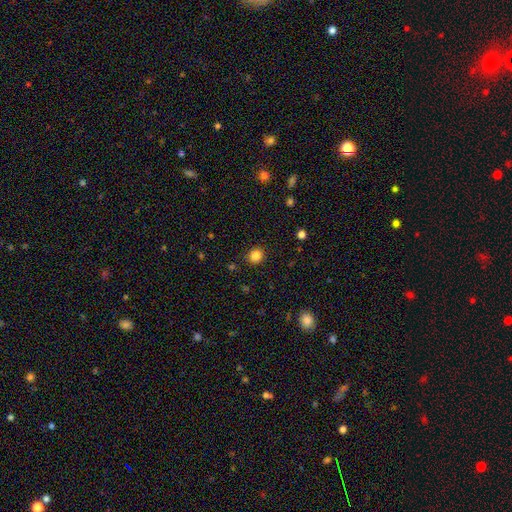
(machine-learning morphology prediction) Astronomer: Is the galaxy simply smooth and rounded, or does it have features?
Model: smooth — 84%.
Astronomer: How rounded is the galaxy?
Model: round — 83%.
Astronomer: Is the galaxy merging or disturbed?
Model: none — 89%.